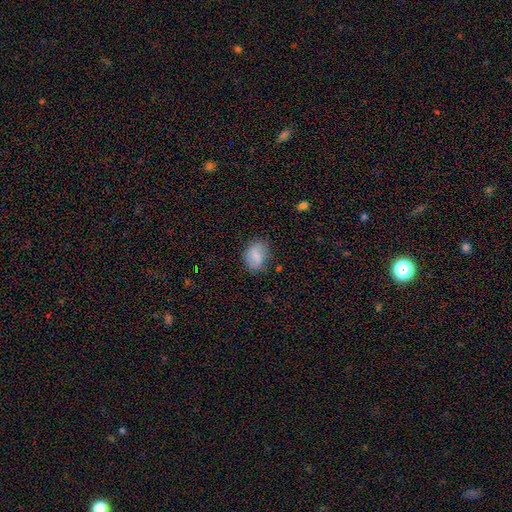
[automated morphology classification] smooth-or-featured: smooth: 74% | featured or disk: 18% | star or artifact: 8%
  how-rounded: in between: 73% | round: 25% | cigar-shaped: 2%
  merging: none: 70% | minor disturbance: 22% | major disturbance: 6% | merger: 2%